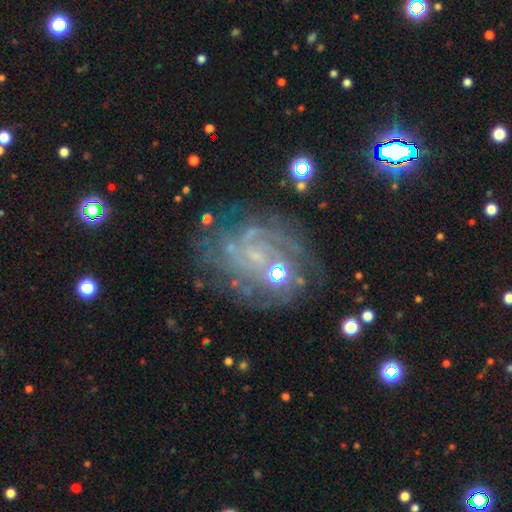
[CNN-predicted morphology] This is clearly a featured or disk galaxy (82%). It is clearly not viewed edge-on (98%). Bar: possibly no (59%). Spiral arm pattern: clearly yes (93%). Spiral arm count: marginally can't tell (36%). Spiral winding: possibly tight (58%). Central bulge: possibly small (56%). Merging: likely none (66%).